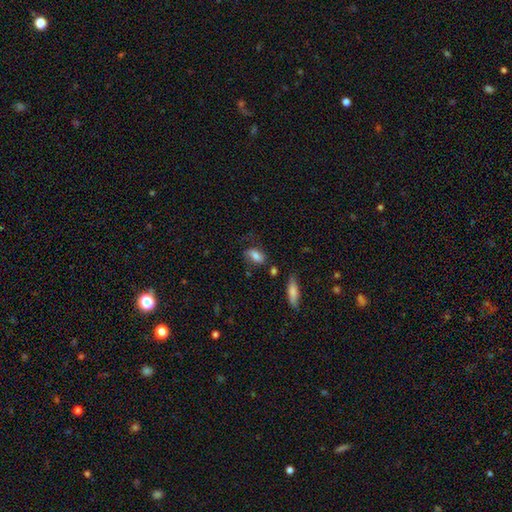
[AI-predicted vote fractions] Morphology: type=smooth (74%); roundness=in between (86%); merging=none (59%).